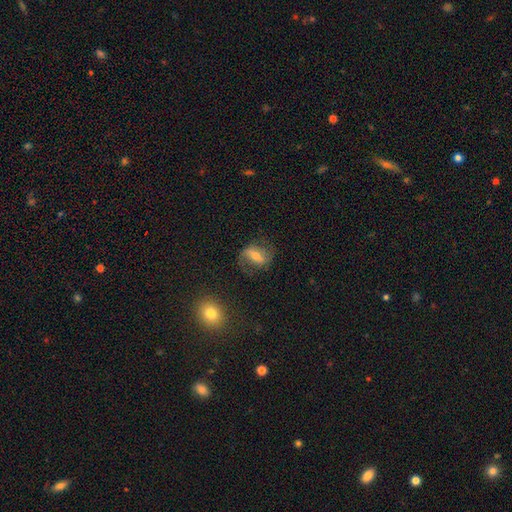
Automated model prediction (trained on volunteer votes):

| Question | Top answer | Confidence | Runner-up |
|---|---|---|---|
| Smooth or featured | featured or disk | 56% | smooth (33%) |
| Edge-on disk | no | 93% | yes (7%) |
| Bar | strong | 47% | weak (34%) |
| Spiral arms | yes | 78% | no (22%) |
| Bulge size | moderate | 53% | small (37%) |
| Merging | none | 70% | minor disturbance (17%) |